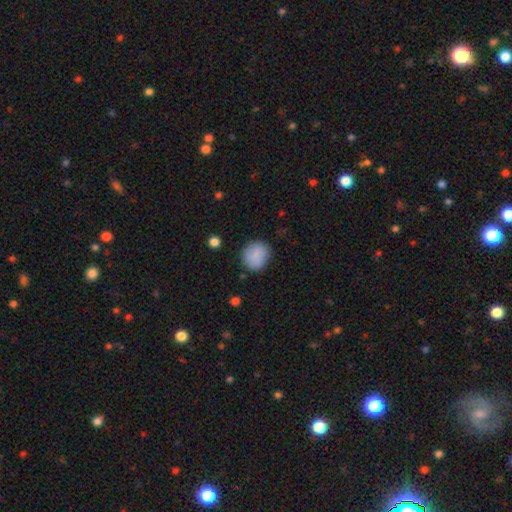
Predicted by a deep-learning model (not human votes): Smooth or featured: smooth — 85% (star or artifact — 7%)
How rounded: round — 79% (in between — 20%)
Merging: none — 82% (minor disturbance — 13%)